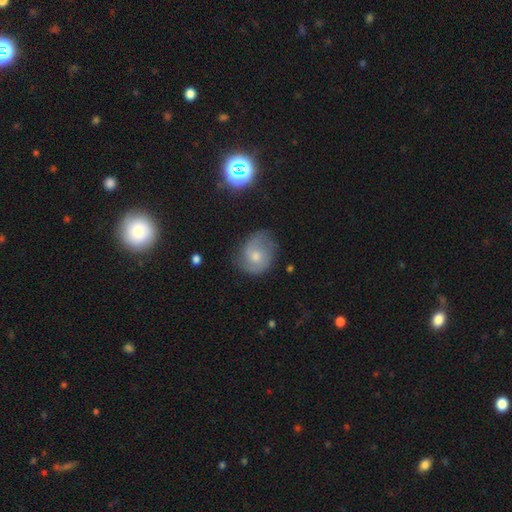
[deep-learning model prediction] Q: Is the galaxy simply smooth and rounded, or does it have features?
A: featured or disk — 52%.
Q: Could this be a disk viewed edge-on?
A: no — 97%.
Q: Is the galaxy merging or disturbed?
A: none — 59%.